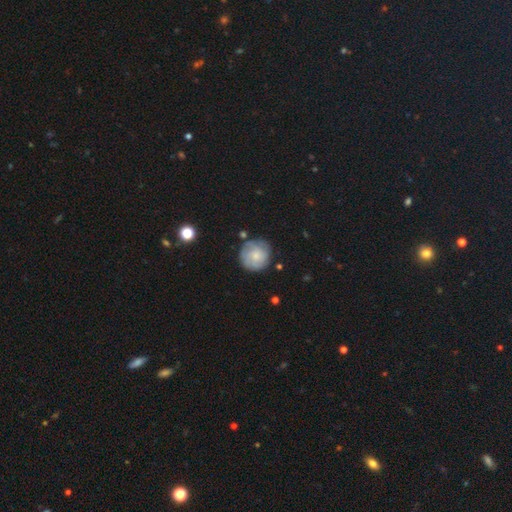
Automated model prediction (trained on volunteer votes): This appears to be a smooth galaxy with no disk features (53%) that is round (92%). Merging: none (76%).